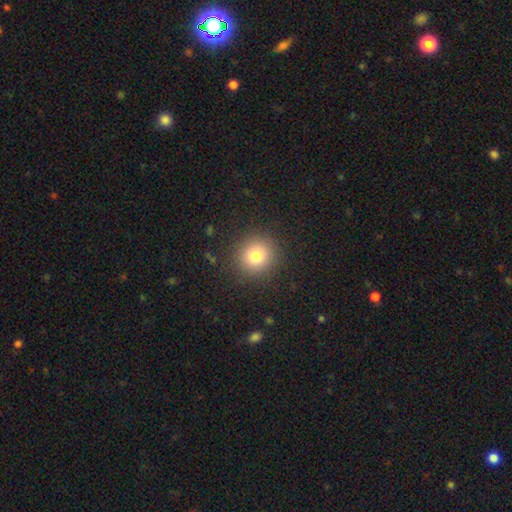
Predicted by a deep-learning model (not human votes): Smooth or featured: smooth — 78% (star or artifact — 13%)
How rounded: round — 92% (in between — 8%)
Merging: none — 90% (minor disturbance — 6%)